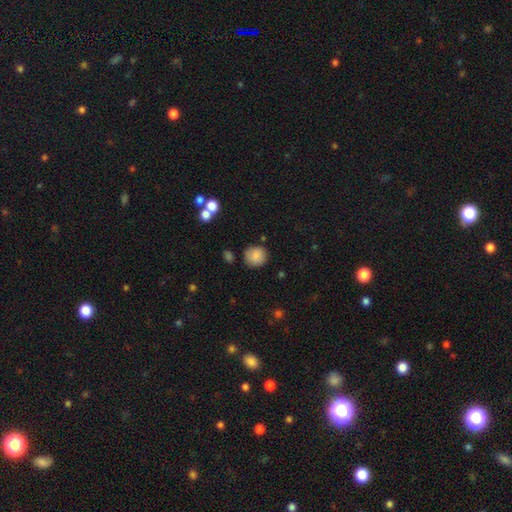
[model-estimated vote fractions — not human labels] Overall: smooth (85%). How rounded: round (88%). Merging: none (82%).